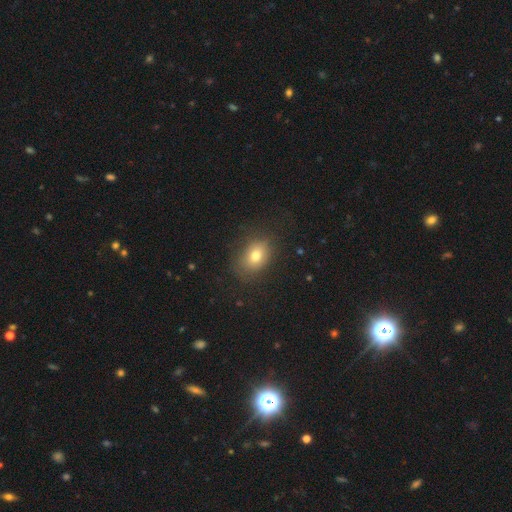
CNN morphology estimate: A smooth galaxy with no disk features (76%) that is in between round and cigar-shaped (69%).

Vote fractions:
- Smooth or featured? smooth: 76% / featured or disk: 13% / star or artifact: 12%
- How rounded? in between: 69% / round: 30% / cigar-shaped: 1%
- Merging? none: 77% / minor disturbance: 15% / major disturbance: 6% / merger: 1%